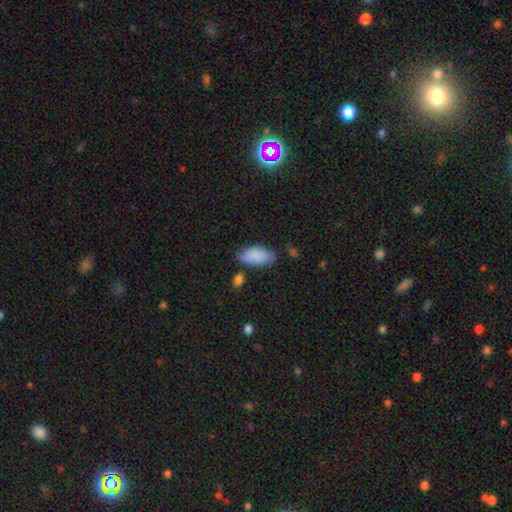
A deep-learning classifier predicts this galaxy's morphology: Smooth or featured: smooth — 87% (star or artifact — 7%)
How rounded: in between — 94% (cigar-shaped — 4%)
Merging: none — 66% (minor disturbance — 22%)